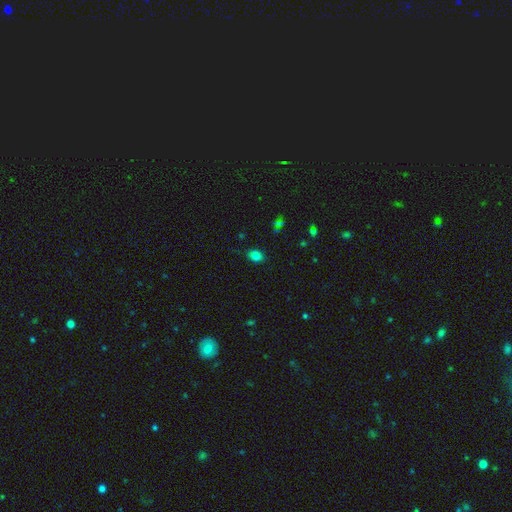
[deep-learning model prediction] Smooth or featured?
  - smooth: 81% *
  - star or artifact: 14%
  - featured or disk: 5%
How rounded?
  - in between: 65% *
  - round: 33%
  - cigar-shaped: 1%
Merging?
  - none: 84% *
  - minor disturbance: 12%
  - major disturbance: 3%
  - merger: 1%